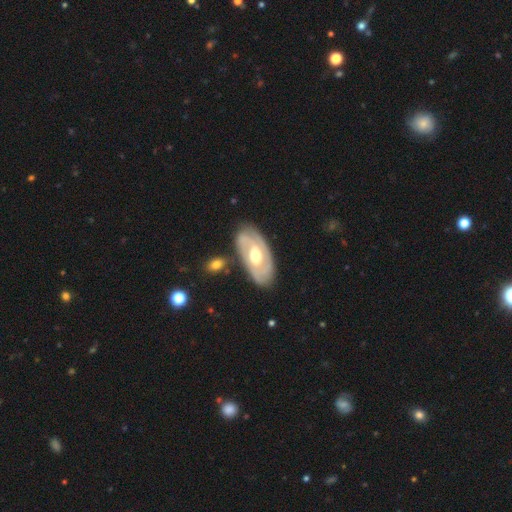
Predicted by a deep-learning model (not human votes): A featured or disk galaxy (78%) with no bar (49%), 2 (52%) tight (61%) spiral arms (79%) and a moderate central bulge (75%).

Vote fractions:
- Smooth or featured? featured or disk: 78% / smooth: 18% / star or artifact: 4%
- Edge-on disk? no: 92% / yes: 8%
- Bar? no: 49% / weak: 37% / strong: 14%
- Spiral arms? yes: 79% / no: 21%
- Spiral winding? tight: 61% / medium: 29% / loose: 10%
- Spiral arm count? 2: 52% / can't tell: 30% / 1: 7% / 3: 7% / 4: 2% / more than 4: 2%
- Bulge size? moderate: 75% / small: 12% / large: 11% / dominant: 1% / none: 1%
- Merging? none: 74% / minor disturbance: 16% / major disturbance: 5% / merger: 4%